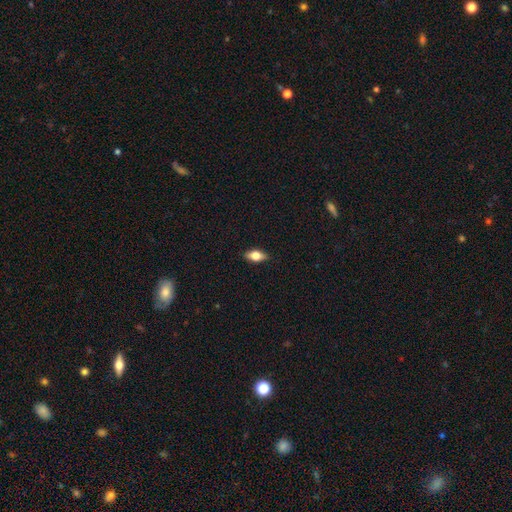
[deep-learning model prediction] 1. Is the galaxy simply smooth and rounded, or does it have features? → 73% smooth, 20% featured or disk, 7% star or artifact.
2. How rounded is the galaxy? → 86% in between, 9% cigar-shaped, 5% round.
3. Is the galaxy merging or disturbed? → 88% none, 9% minor disturbance, 2% major disturbance, 1% merger.